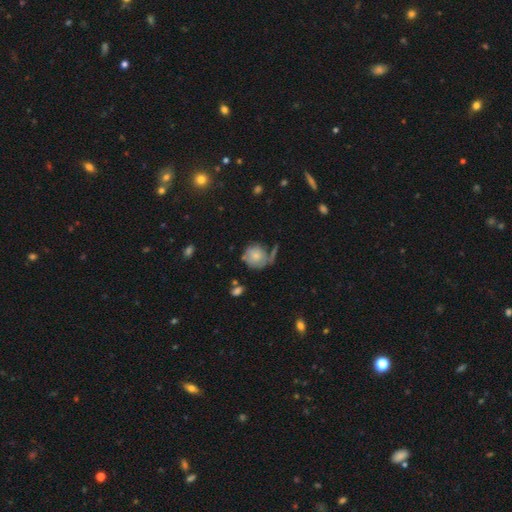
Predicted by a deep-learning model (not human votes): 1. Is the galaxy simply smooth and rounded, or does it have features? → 68% smooth, 24% featured or disk, 8% star or artifact.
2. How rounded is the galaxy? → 83% round, 16% in between, 1% cigar-shaped.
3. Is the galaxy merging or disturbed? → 50% none, 25% minor disturbance, 13% major disturbance, 12% merger.